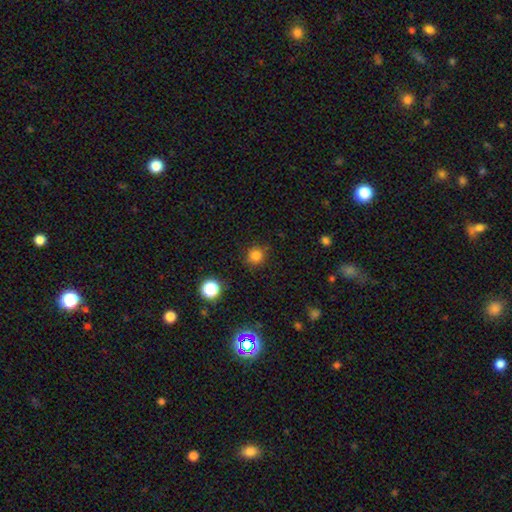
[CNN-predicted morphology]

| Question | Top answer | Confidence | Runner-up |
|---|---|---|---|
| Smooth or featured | smooth | 81% | star or artifact (14%) |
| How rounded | round | 91% | in between (8%) |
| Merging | none | 85% | minor disturbance (10%) |